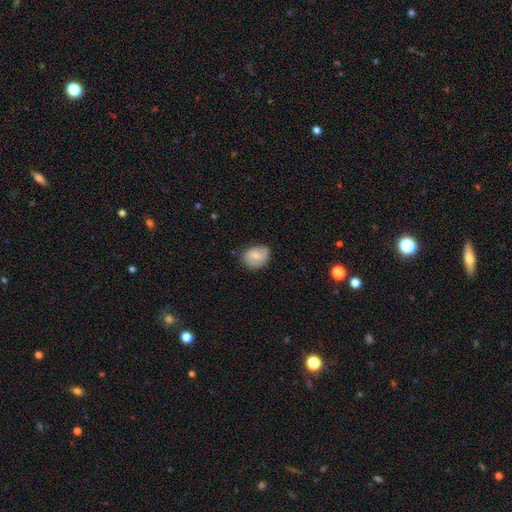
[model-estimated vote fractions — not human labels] Smooth or featured? Predicted: smooth (p=0.62). How rounded? Predicted: in between (p=0.58). Merging? Predicted: none (p=0.72).